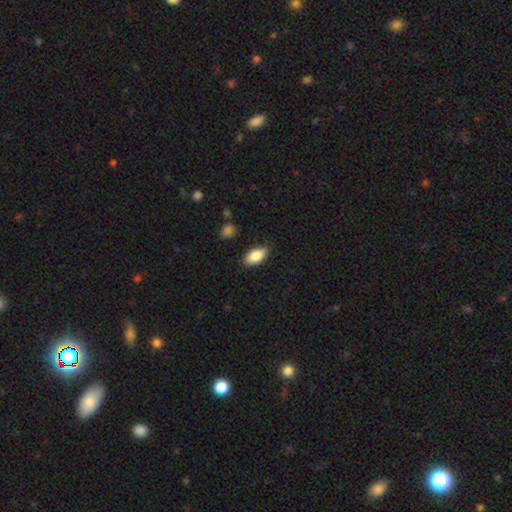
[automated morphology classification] Smooth or featured? Predicted: smooth (p=0.86). How rounded? Predicted: in between (p=0.91). Merging? Predicted: none (p=0.83).